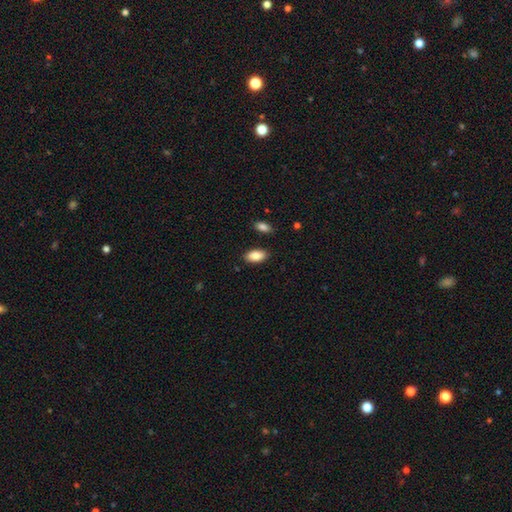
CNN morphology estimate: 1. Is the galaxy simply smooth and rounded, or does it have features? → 87% smooth, 7% star or artifact, 6% featured or disk.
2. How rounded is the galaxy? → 93% in between, 4% cigar-shaped, 3% round.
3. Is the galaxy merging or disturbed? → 85% none, 10% minor disturbance, 2% merger, 2% major disturbance.